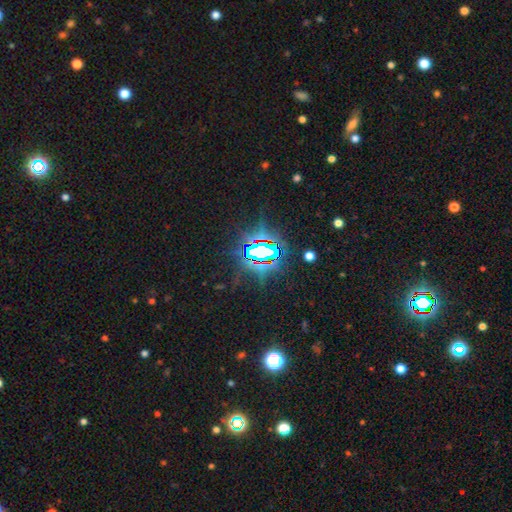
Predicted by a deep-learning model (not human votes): A star or artifact, not a galaxy (84%).